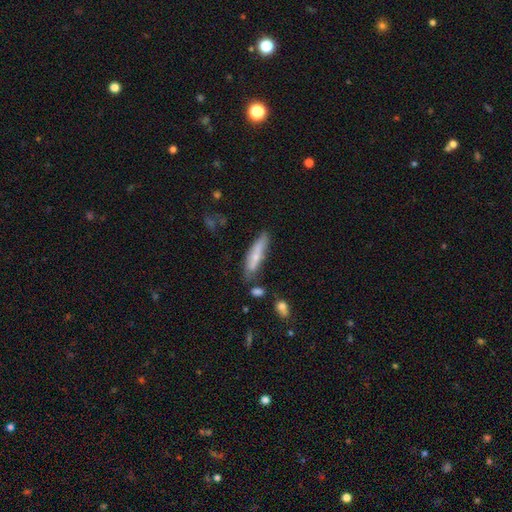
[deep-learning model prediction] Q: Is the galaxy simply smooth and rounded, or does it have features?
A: smooth — 63%.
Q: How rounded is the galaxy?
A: cigar-shaped — 78%.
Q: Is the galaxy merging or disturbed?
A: none — 66%.